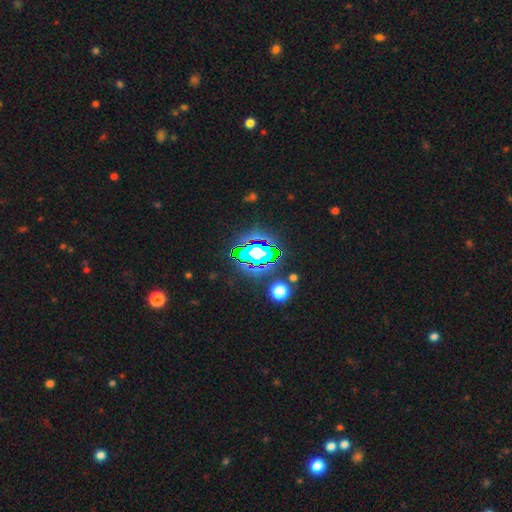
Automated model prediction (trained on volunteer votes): star or artifact 73%, smooth 15%, featured or disk 11%.